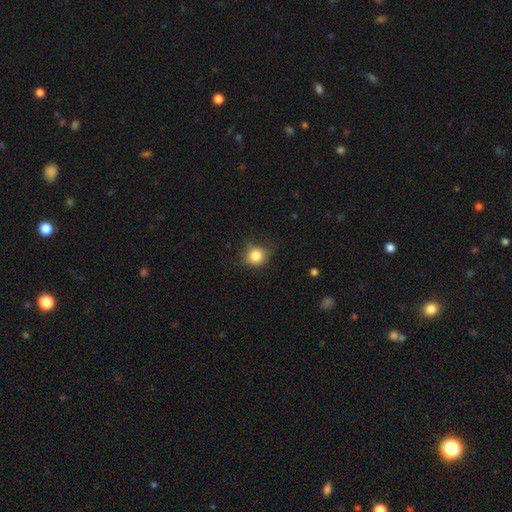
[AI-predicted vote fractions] Morphology: type=smooth (83%); roundness=round (82%); merging=none (72%).